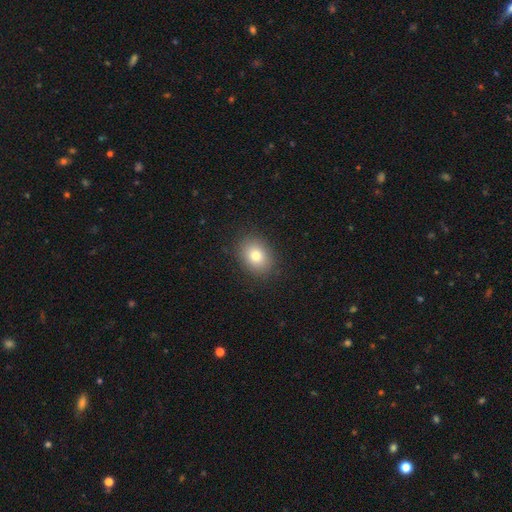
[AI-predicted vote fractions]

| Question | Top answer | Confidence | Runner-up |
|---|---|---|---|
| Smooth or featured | smooth | 81% | star or artifact (10%) |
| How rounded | in between | 62% | round (37%) |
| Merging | none | 89% | minor disturbance (8%) |